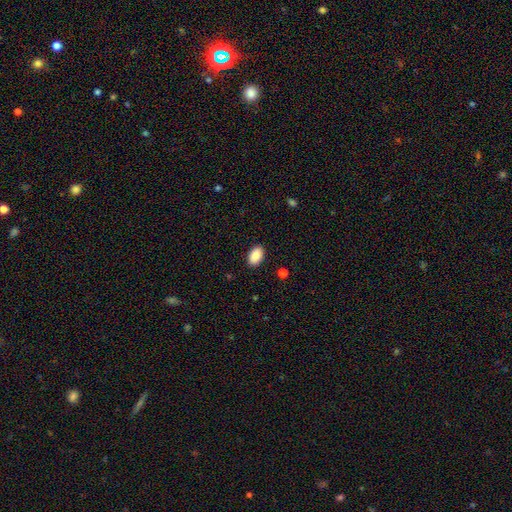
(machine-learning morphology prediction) smooth-or-featured: smooth: 90% | star or artifact: 7% | featured or disk: 4%
  how-rounded: in between: 93% | round: 6% | cigar-shaped: 1%
  merging: none: 90% | minor disturbance: 7% | major disturbance: 2% | merger: 1%